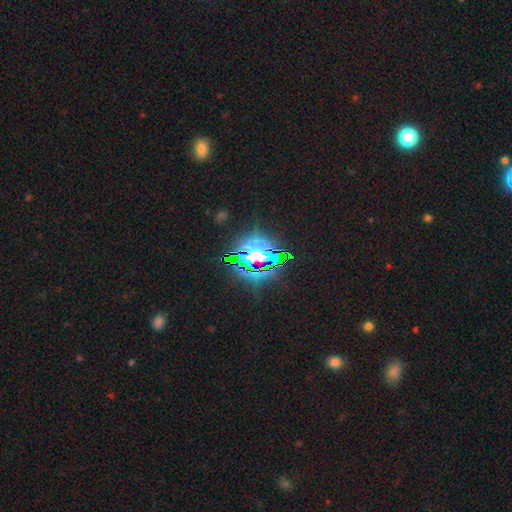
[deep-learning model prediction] A star or artifact, not a galaxy (73%).

Vote fractions:
- Smooth or featured? star or artifact: 73% / smooth: 17% / featured or disk: 10%